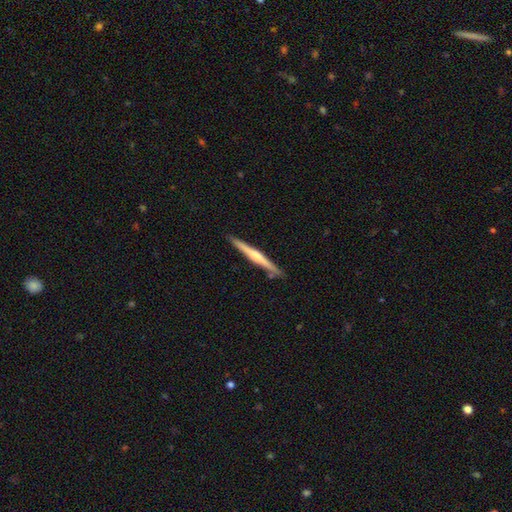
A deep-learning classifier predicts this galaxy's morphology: smooth-or-featured: featured or disk: 61% | smooth: 34% | star or artifact: 5%
  disk-edge-on: yes: 98% | no: 2%
    edge-on-bulge: rounded: 63% | none: 26% | boxy: 12%
  merging: none: 89% | minor disturbance: 8% | merger: 2% | major disturbance: 1%